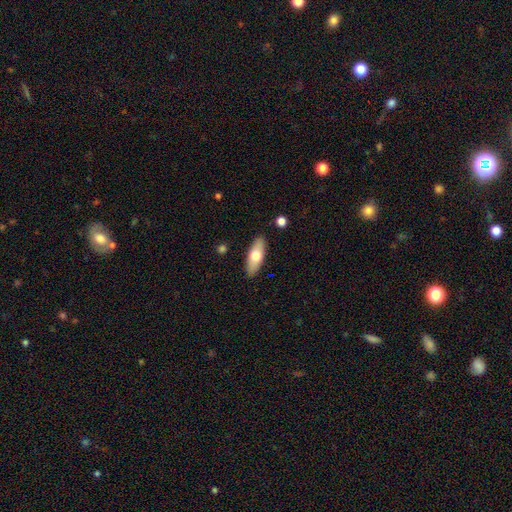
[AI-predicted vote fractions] The model was most divided on "smooth or featured": smooth: 65%, featured or disk: 30%, star or artifact: 6%. More confident: merging — none (89%); how rounded — in between (69%).